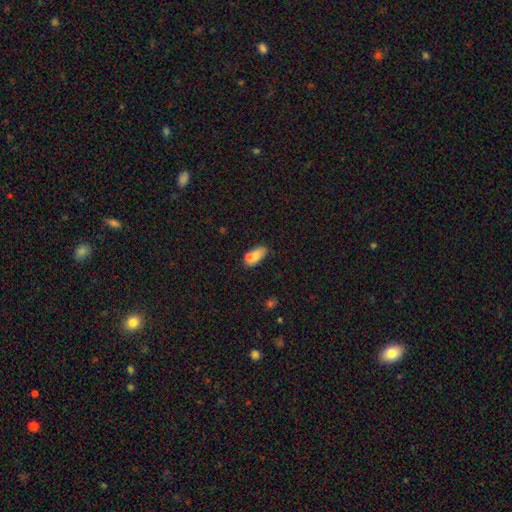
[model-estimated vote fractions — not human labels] The model was most divided on "merging": none: 41%, merger: 35%, minor disturbance: 18%, major disturbance: 7%. More confident: how rounded — in between (86%); smooth or featured — smooth (73%).